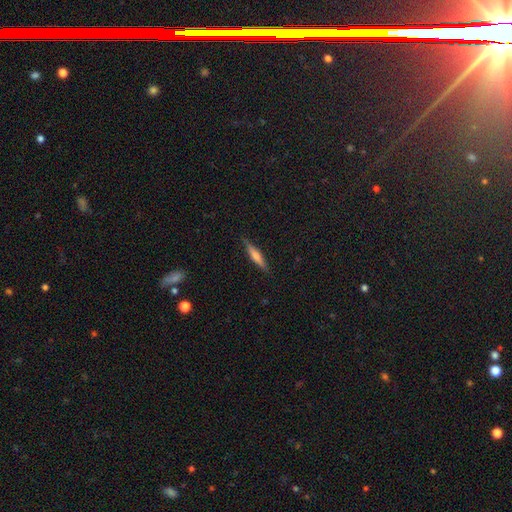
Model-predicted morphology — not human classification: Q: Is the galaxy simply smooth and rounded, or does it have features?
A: featured or disk — 54%.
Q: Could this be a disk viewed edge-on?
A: yes — 96%.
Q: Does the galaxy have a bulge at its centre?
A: rounded — 68%.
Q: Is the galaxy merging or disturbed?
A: none — 89%.